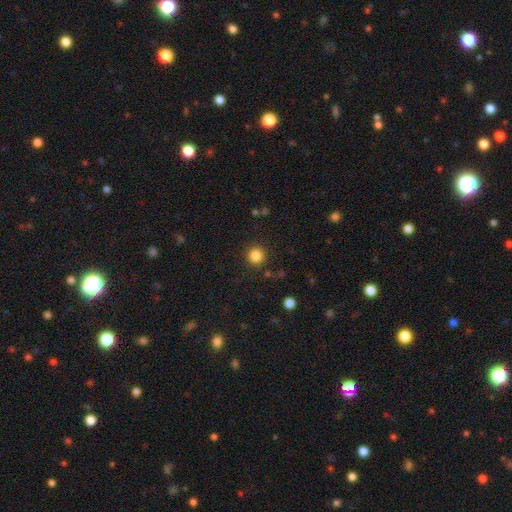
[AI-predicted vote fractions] A smooth galaxy with no disk features (85%) that is round (95%). Merging: none (90%).